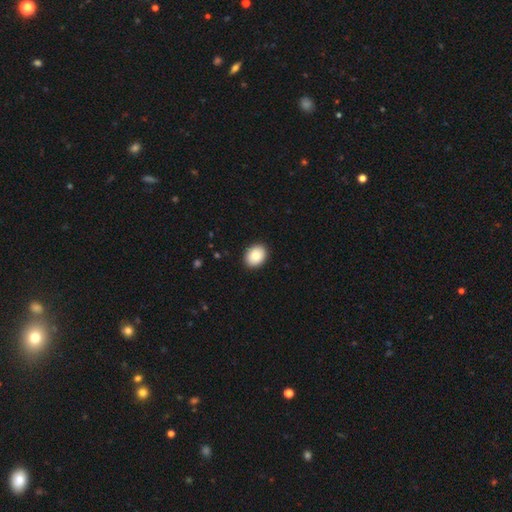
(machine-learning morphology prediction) Smooth or featured? smooth (85%)
How rounded? in between (61%)
Merging? none (91%)